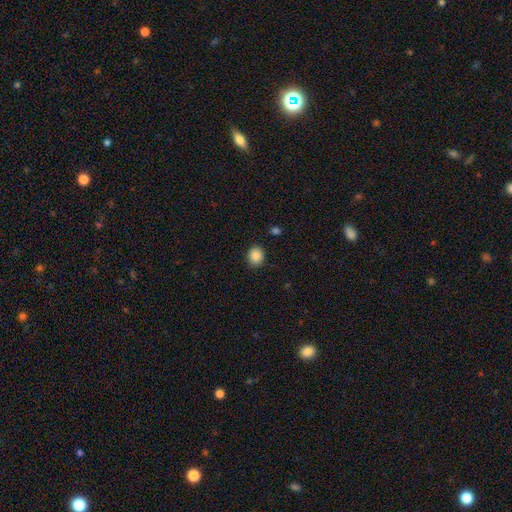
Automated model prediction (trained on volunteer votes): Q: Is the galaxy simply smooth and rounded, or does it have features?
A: smooth — 87%.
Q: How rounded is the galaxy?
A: round — 69%.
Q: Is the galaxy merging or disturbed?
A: none — 89%.